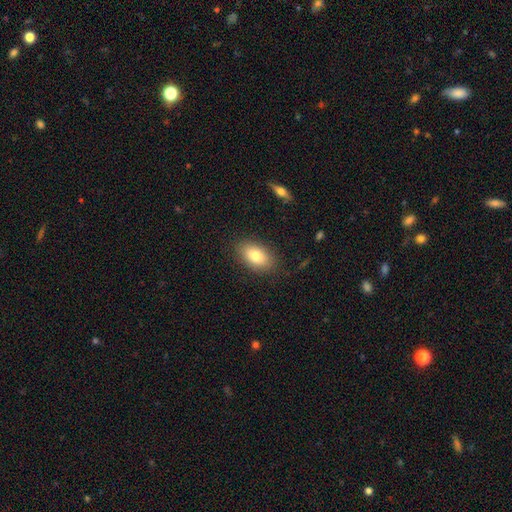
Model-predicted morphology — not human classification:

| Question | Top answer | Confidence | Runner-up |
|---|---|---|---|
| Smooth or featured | smooth | 80% | featured or disk (13%) |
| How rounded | in between | 90% | round (8%) |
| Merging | none | 86% | minor disturbance (10%) |